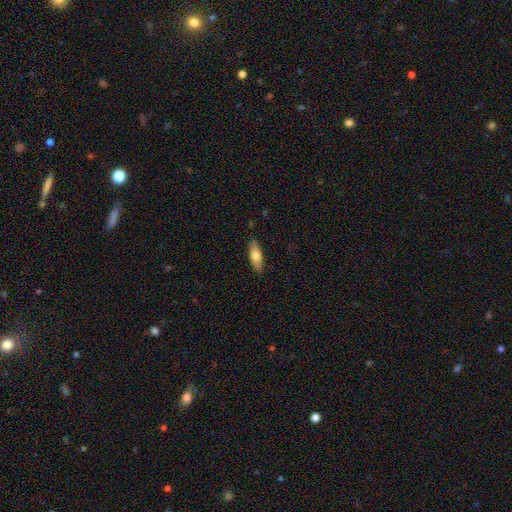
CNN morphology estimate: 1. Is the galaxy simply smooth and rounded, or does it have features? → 70% smooth, 24% featured or disk, 6% star or artifact.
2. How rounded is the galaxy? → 59% in between, 39% cigar-shaped, 2% round.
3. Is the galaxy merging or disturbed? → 87% none, 10% minor disturbance, 2% major disturbance, 1% merger.